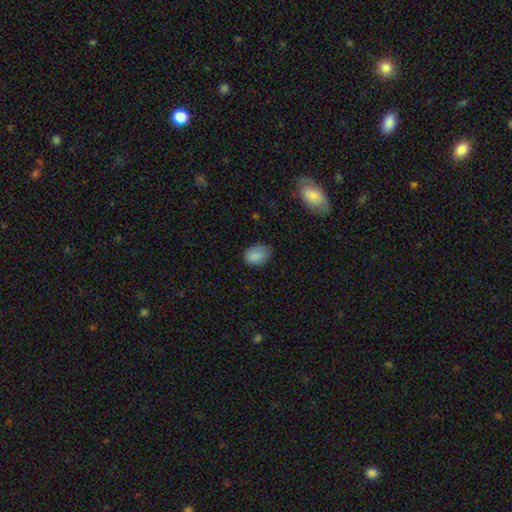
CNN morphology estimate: type=smooth (87%); roundness=in between (77%); merging=none (71%).